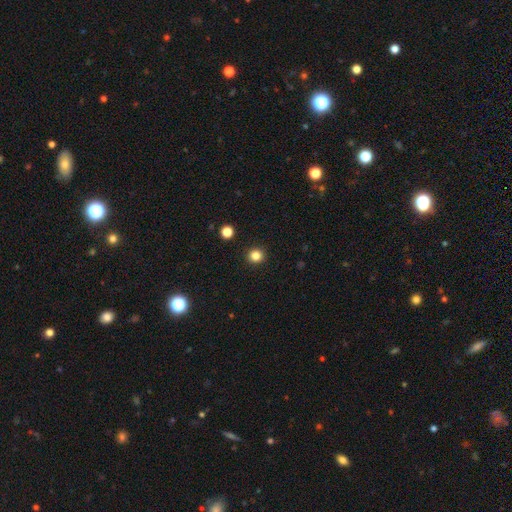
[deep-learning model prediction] Overall: smooth (84%). How rounded: round (91%). Merging: none (93%).